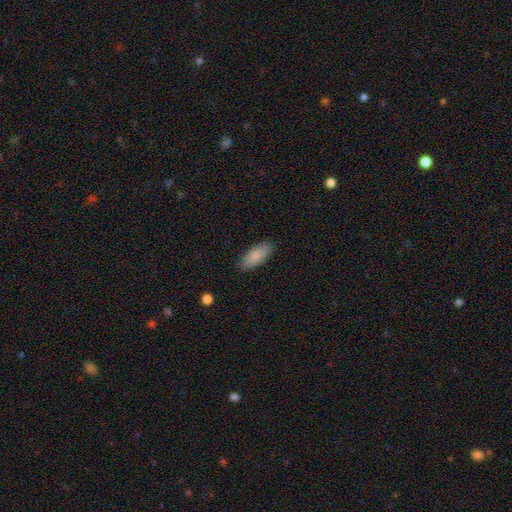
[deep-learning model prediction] smooth_or_featured: smooth (p=0.88) [alt: featured or disk p=0.06]
how_rounded: in between (p=0.84) [alt: cigar-shaped p=0.15]
merging: none (p=0.87) [alt: minor disturbance p=0.10]